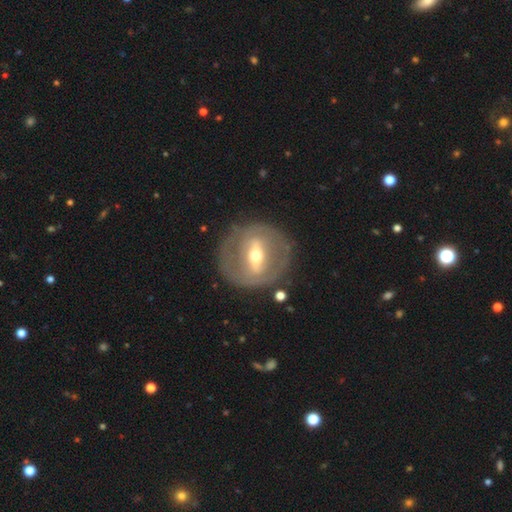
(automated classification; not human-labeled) Q: Smooth or featured?
A: featured or disk (75%); runner-up: smooth (20%)
Q: Edge-on disk?
A: no (85%); runner-up: yes (15%)
Q: Bar?
A: strong (66%); runner-up: weak (23%)
Q: Spiral arms?
A: no (68%); runner-up: yes (32%)
Q: Bulge size?
A: moderate (62%); runner-up: small (29%)
Q: Merging?
A: none (78%); runner-up: minor disturbance (12%)